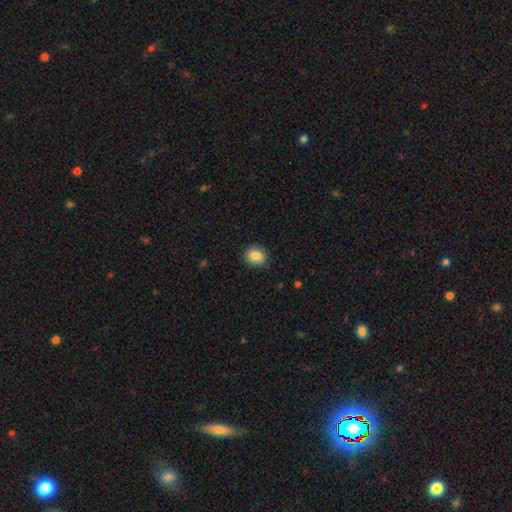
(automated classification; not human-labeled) smooth_or_featured: smooth (p=0.84) [alt: star or artifact p=0.09]
how_rounded: round (p=0.68) [alt: in between p=0.31]
merging: none (p=0.89) [alt: minor disturbance p=0.08]